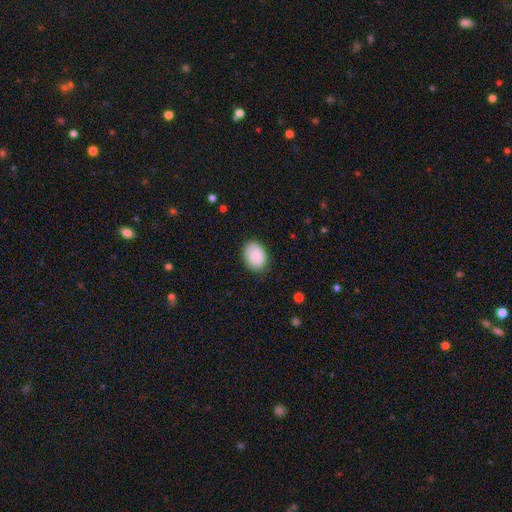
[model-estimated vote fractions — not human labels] This is clearly a smooth galaxy (88%). How rounded: likely in between (72%). Merging: clearly none (84%).